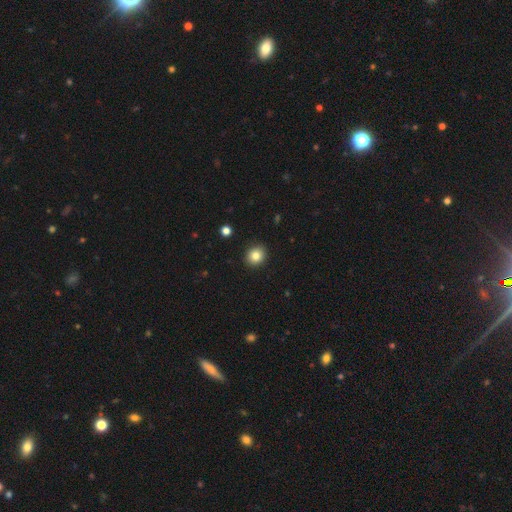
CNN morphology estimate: smooth-or-featured: smooth: 84% | star or artifact: 10% | featured or disk: 6%
  how-rounded: round: 72% | in between: 27% | cigar-shaped: 1%
  merging: none: 91% | minor disturbance: 6% | major disturbance: 2% | merger: 1%